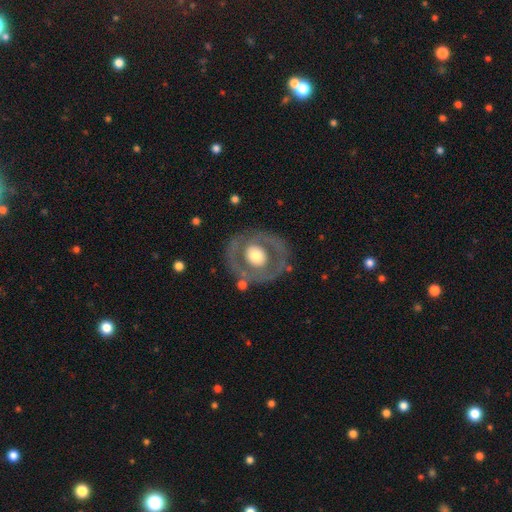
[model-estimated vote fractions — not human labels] Overall: featured or disk (55%; smooth 40%). Edge-on disk: no (95%). Bar: no (87%). Spiral arms: no (87%). Bulge size: moderate (53%; large 37%). Merging: none (76%).